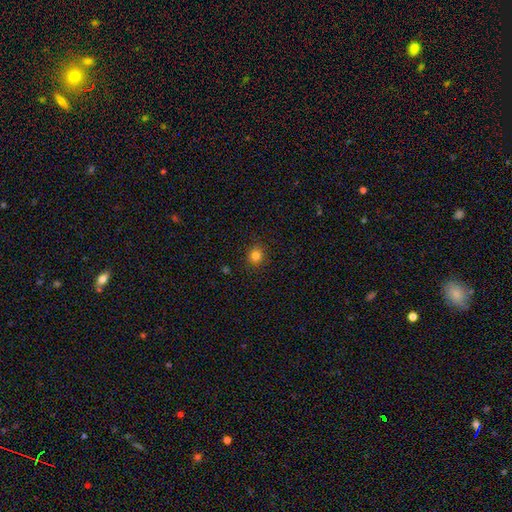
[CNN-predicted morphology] The model was most divided on "smooth or featured": smooth: 82%, star or artifact: 13%, featured or disk: 5%. More confident: merging — none (91%); how rounded — round (84%).